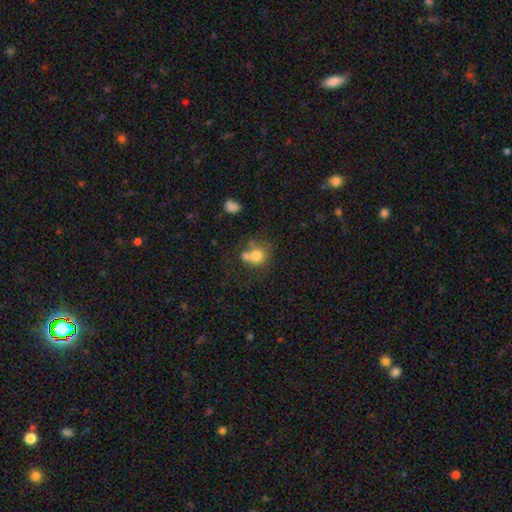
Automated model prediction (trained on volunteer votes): A smooth galaxy with no disk features (73%) that is round (76%). Merging: merger (43%).